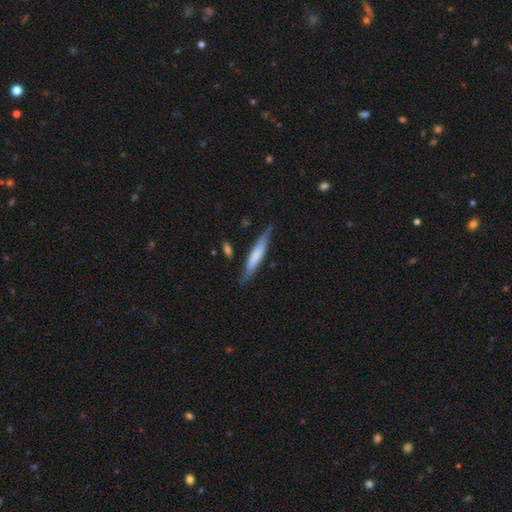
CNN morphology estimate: smooth-or-featured: smooth: 61% | featured or disk: 33% | star or artifact: 5%
  how-rounded: cigar-shaped: 89% | in between: 9% | round: 1%
  merging: none: 75% | minor disturbance: 18% | major disturbance: 4% | merger: 3%